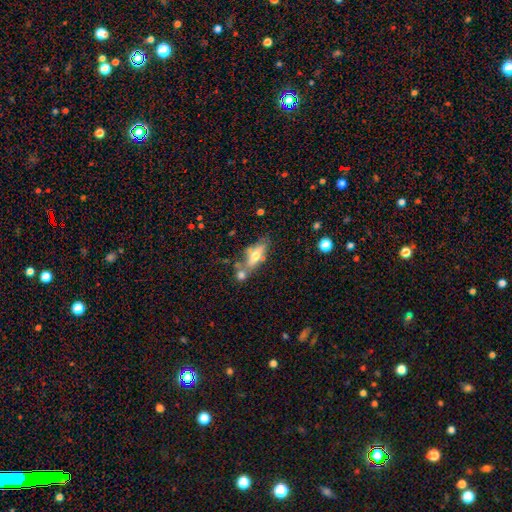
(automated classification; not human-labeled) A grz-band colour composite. It shows a smooth galaxy with no disk features (52%) that is in between round and cigar-shaped (59%). Merging: none (44%).